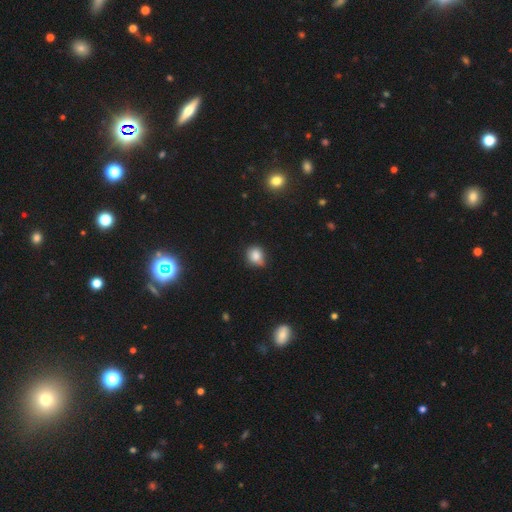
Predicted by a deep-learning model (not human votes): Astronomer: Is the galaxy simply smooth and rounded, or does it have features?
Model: smooth — 83%.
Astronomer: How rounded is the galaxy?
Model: round — 63%.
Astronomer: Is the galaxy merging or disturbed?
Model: none — 62%.